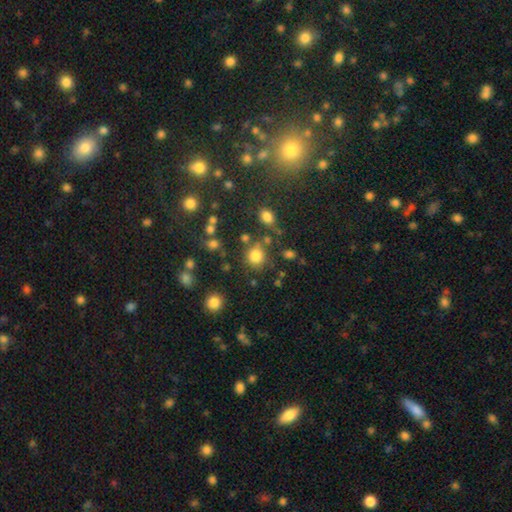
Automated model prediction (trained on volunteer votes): Morphology: type=smooth (78%); roundness=round (85%); merging=none (69%).